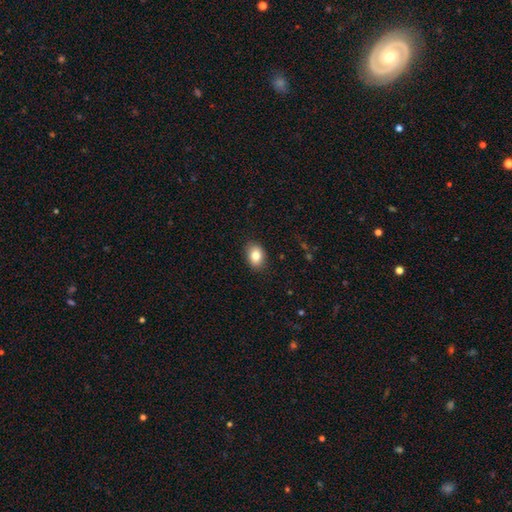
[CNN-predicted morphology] The model was most divided on "how rounded": in between: 75%, round: 24%, cigar-shaped: 1%. More confident: merging — none (88%); smooth or featured — smooth (83%).